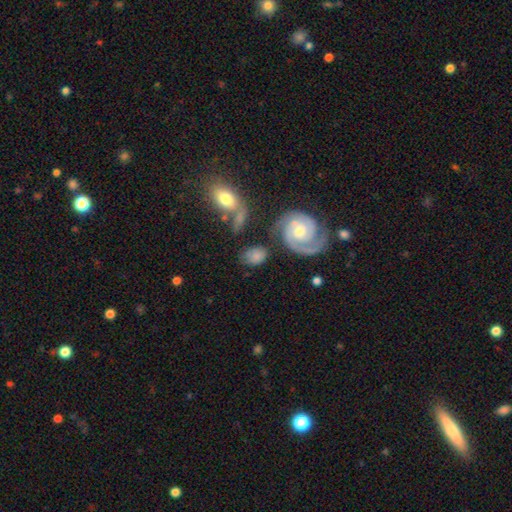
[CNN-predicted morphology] This is possibly a smooth galaxy (57%). How rounded: likely in between (68%). Merging: possibly none (59%).